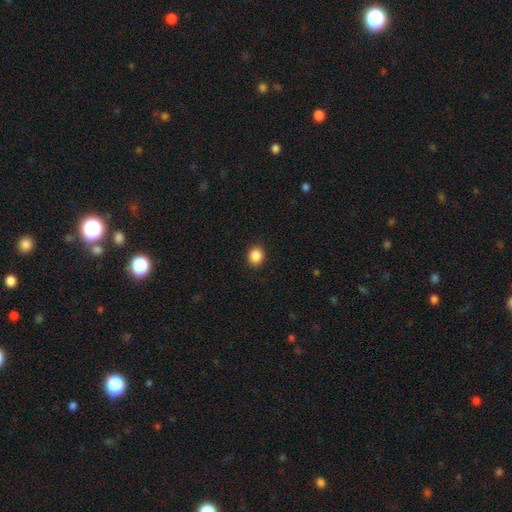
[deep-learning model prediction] The model was most divided on "how rounded": round: 71%, in between: 28%, cigar-shaped: 1%. More confident: merging — none (91%); smooth or featured — smooth (88%).